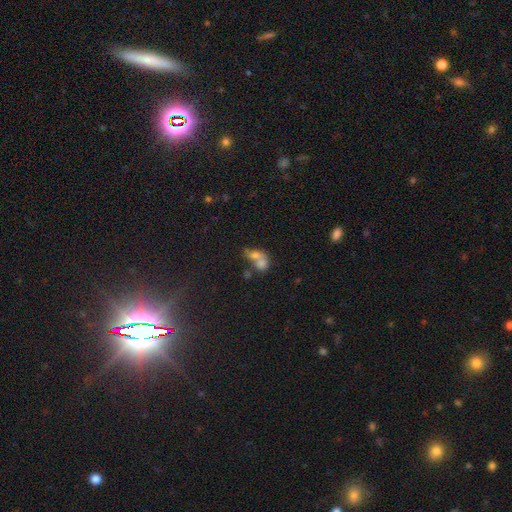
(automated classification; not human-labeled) A smooth galaxy with no disk features (65%) that is in between round and cigar-shaped (62%). Merging: merger (70%).